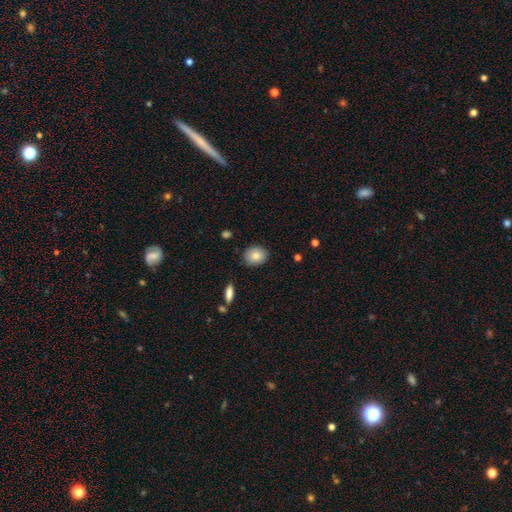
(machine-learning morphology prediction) Smooth or featured? Predicted: smooth (p=0.83). How rounded? Predicted: round (p=0.58). Merging? Predicted: none (p=0.84).